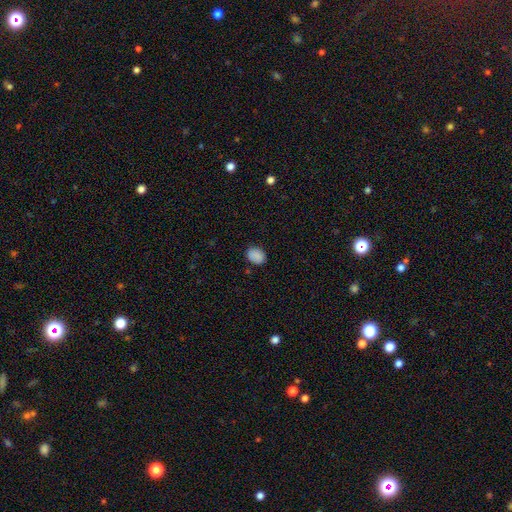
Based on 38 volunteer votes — Morphology: type=smooth (89%); roundness=in between (71%); merging=none (86%).